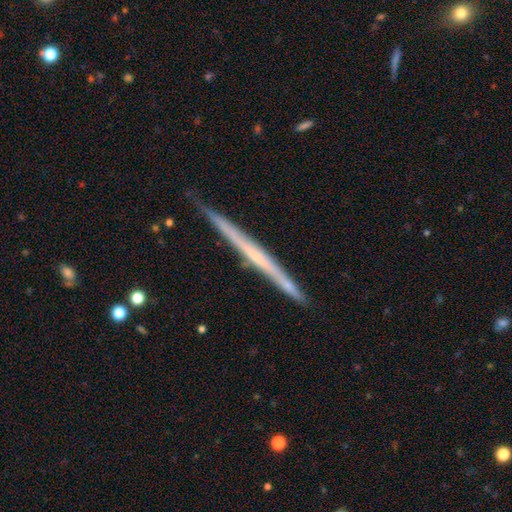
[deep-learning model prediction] A featured or disk galaxy (68%) viewed edge-on (98%) with no central bulge (78%).

Vote fractions:
- Smooth or featured? featured or disk: 68% / smooth: 26% / star or artifact: 6%
- Edge-on disk? yes: 98% / no: 2%
- Edge-on bulge? none: 78% / rounded: 17% / boxy: 5%
- Merging? none: 86% / minor disturbance: 11% / merger: 2% / major disturbance: 1%